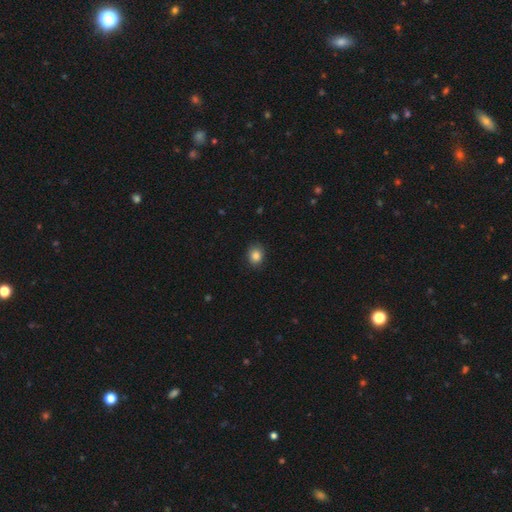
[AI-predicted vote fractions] Smooth or featured? Predicted: smooth (p=0.85). How rounded? Predicted: round (p=0.61). Merging? Predicted: none (p=0.86).